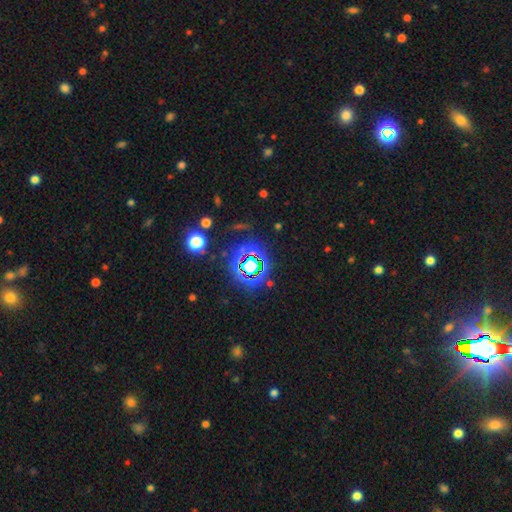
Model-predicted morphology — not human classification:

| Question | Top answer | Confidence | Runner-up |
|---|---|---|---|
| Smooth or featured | star or artifact | 77% | smooth (12%) |